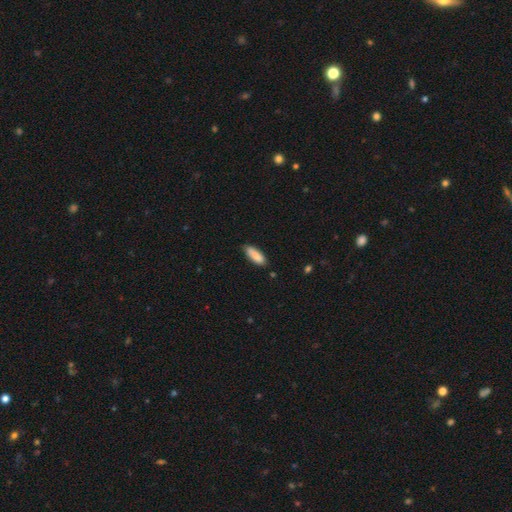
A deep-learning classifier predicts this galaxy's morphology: This appears to be a smooth galaxy with no disk features (86%) that is in between round and cigar-shaped (60%). Merging: none (78%).